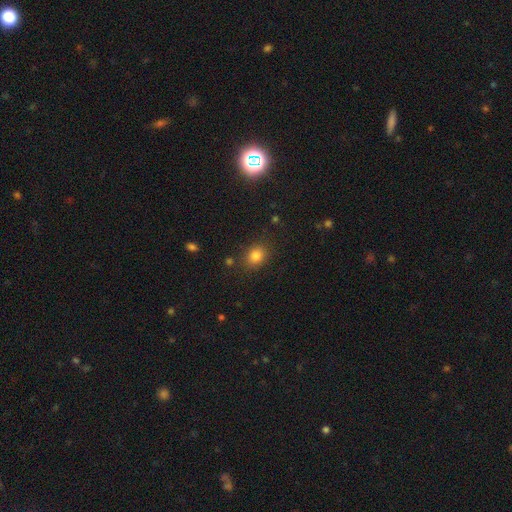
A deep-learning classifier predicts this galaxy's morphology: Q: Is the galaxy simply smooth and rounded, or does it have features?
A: smooth — 82%.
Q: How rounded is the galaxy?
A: round — 54%.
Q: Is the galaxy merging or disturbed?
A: none — 83%.